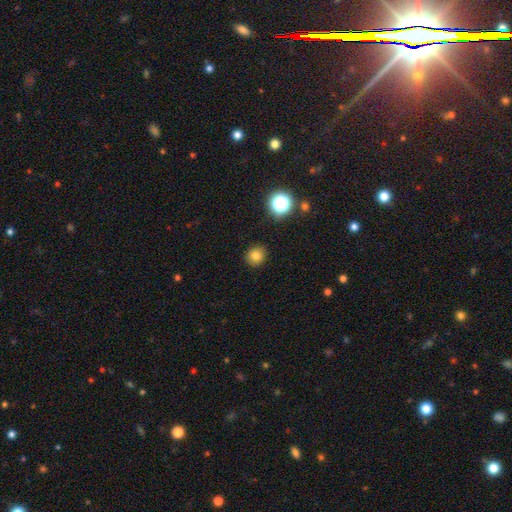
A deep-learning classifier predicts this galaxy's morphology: This is likely a smooth galaxy (80%). How rounded: clearly round (89%). Merging: clearly none (90%).